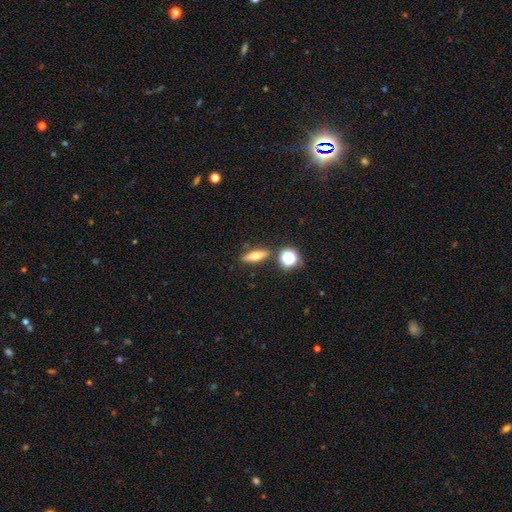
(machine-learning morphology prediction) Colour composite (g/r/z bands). It shows a smooth galaxy with no disk features (57%) that is cigar-shaped (51%). Merging: none (83%).